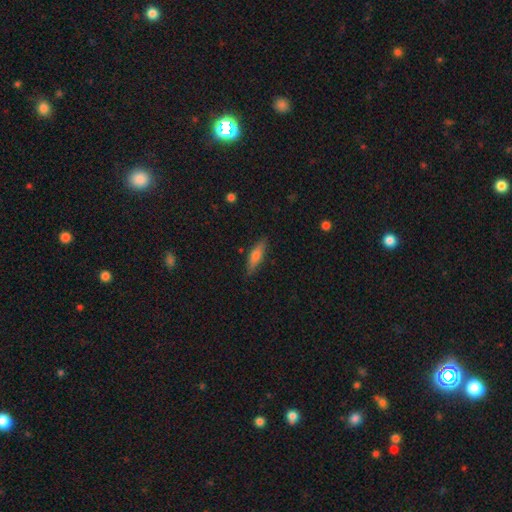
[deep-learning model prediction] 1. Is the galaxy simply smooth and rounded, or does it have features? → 60% smooth, 33% featured or disk, 7% star or artifact.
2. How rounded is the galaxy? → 64% cigar-shaped, 34% in between, 2% round.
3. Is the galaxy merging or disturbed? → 85% none, 12% minor disturbance, 2% major disturbance, 1% merger.